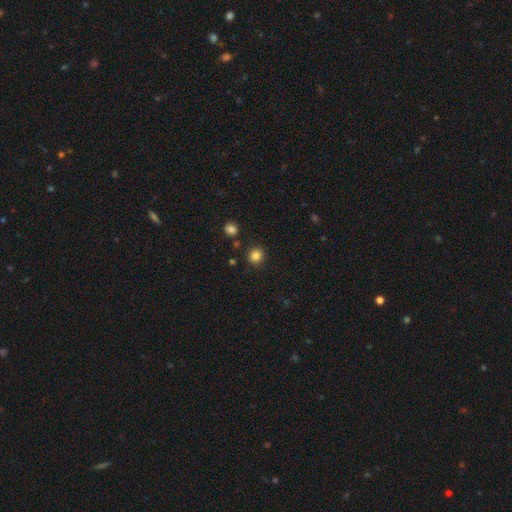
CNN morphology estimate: smooth-or-featured: smooth: 84% | star or artifact: 12% | featured or disk: 4%
  how-rounded: round: 86% | in between: 13% | cigar-shaped: 1%
  merging: none: 88% | minor disturbance: 7% | merger: 3% | major disturbance: 2%